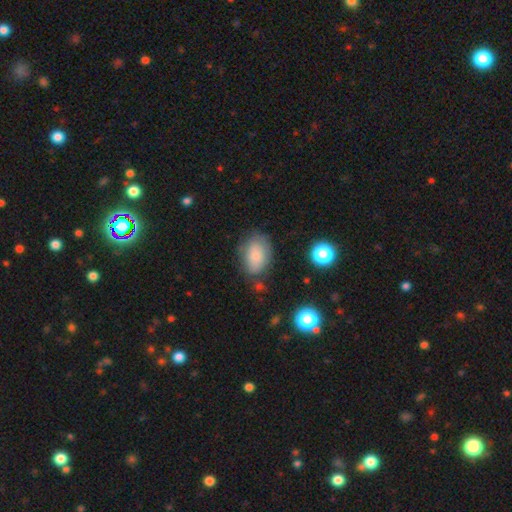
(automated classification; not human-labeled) Overall: smooth (77%). How rounded: in between (81%). Merging: none (65%).